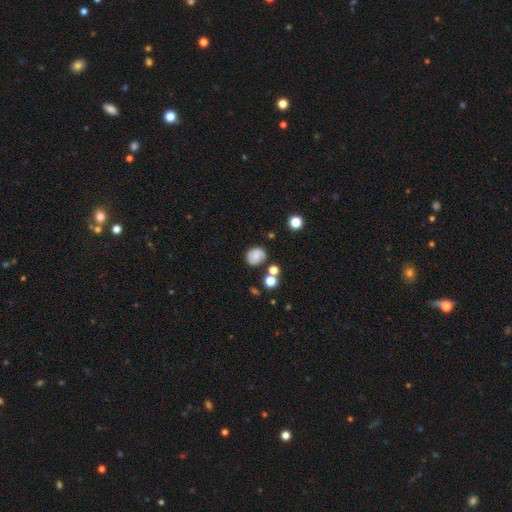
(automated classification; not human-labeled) A smooth galaxy with no disk features (51%) that is round (74%).

Vote fractions:
- Smooth or featured? smooth: 51% / featured or disk: 38% / star or artifact: 11%
- How rounded? round: 74% / in between: 25% / cigar-shaped: 1%
- Merging? none: 71% / minor disturbance: 17% / merger: 8% / major disturbance: 5%